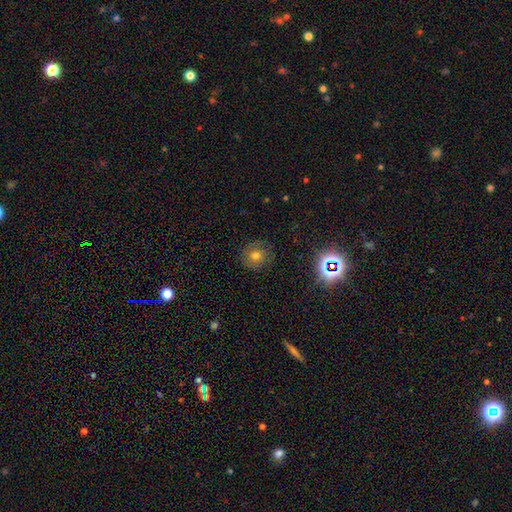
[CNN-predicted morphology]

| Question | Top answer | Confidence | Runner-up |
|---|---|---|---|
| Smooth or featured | smooth | 65% | star or artifact (19%) |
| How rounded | round | 89% | in between (10%) |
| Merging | none | 85% | minor disturbance (10%) |